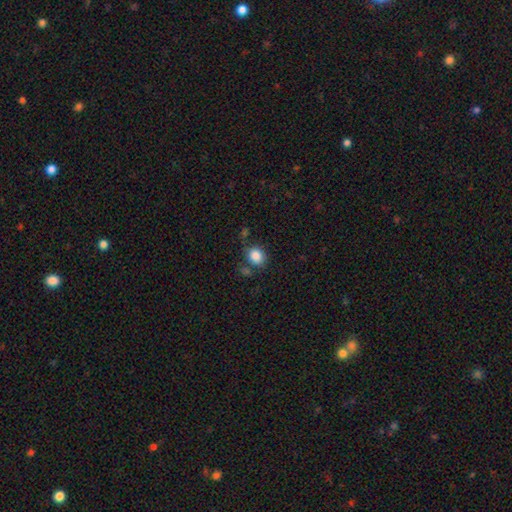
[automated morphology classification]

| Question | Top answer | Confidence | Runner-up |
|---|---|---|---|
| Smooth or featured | smooth | 85% | star or artifact (10%) |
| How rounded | round | 69% | in between (31%) |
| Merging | none | 71% | minor disturbance (14%) |